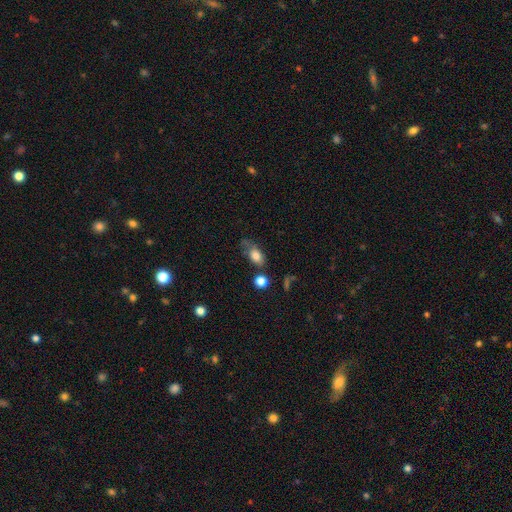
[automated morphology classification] A smooth galaxy with no disk features (77%) that is in between round and cigar-shaped (81%). Merging: none (46%).